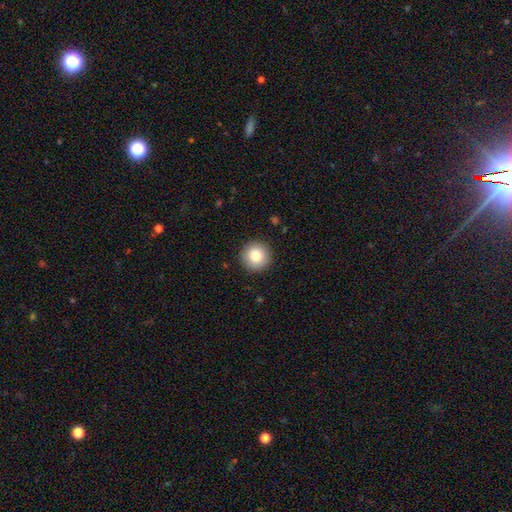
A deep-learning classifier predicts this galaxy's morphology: Smooth or featured? smooth (85%)
How rounded? round (95%)
Merging? none (91%)